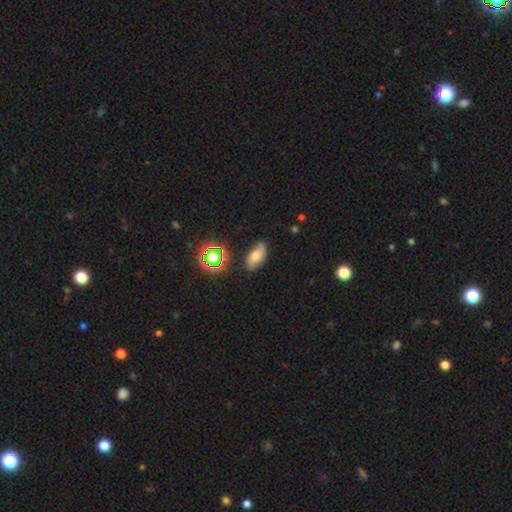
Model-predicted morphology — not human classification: type=smooth (66%); roundness=in between (85%); merging=none (80%).